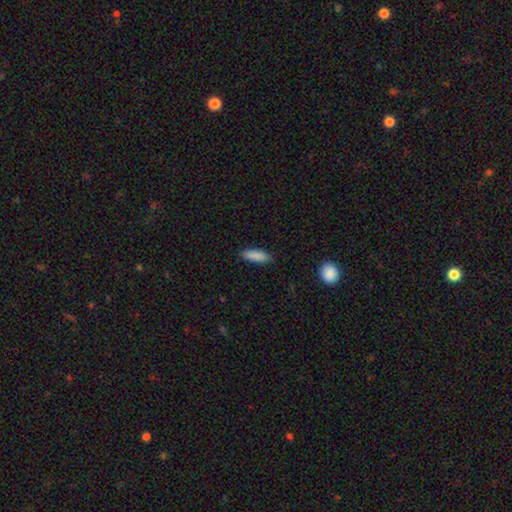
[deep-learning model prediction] smooth-or-featured: smooth: 88% | star or artifact: 7% | featured or disk: 5%
  how-rounded: in between: 55% | cigar-shaped: 44% | round: 2%
  merging: none: 86% | minor disturbance: 11% | major disturbance: 2% | merger: 1%